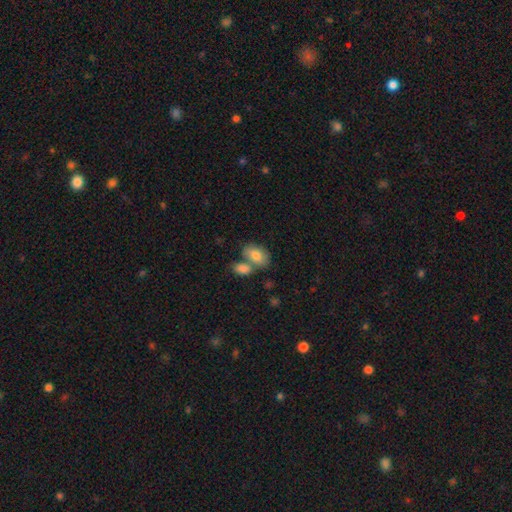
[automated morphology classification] Smooth or featured?
  - smooth: 80% *
  - featured or disk: 13%
  - star or artifact: 7%
How rounded?
  - in between: 89% *
  - round: 10%
  - cigar-shaped: 2%
Merging?
  - merger: 43% *
  - none: 42%
  - minor disturbance: 11%
  - major disturbance: 4%